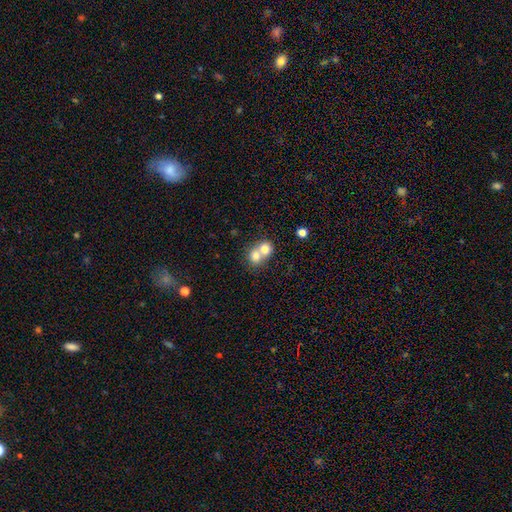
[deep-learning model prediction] smooth_or_featured: smooth (p=0.74) [alt: featured or disk p=0.17]
how_rounded: round (p=0.69) [alt: in between p=0.30]
merging: merger (p=0.70) [alt: none p=0.23]